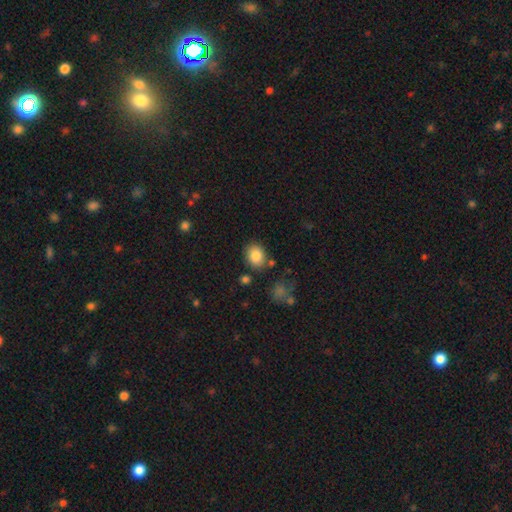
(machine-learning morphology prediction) smooth 85%, star or artifact 9%, featured or disk 6%. Down the decision tree: how rounded — in between (50%); merging — none (78%).